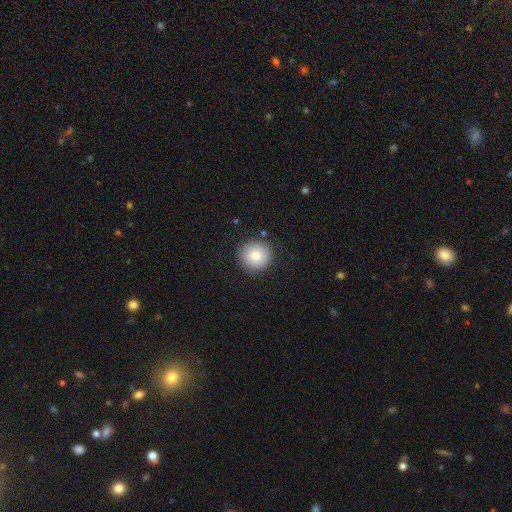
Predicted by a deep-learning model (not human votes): A smooth galaxy with no disk features (82%) that is round (94%). Merging: none (87%).